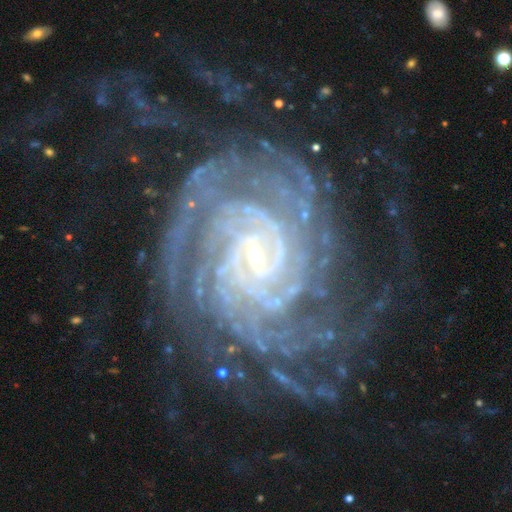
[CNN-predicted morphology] smooth-or-featured: featured or disk: 91% | star or artifact: 5% | smooth: 3%
  disk-edge-on: no: 98% | yes: 2%
    bar: weak: 45% | no: 33% | strong: 22%
    has-spiral-arms: yes: 98% | no: 2%
      spiral-winding: tight: 75% | medium: 21% | loose: 4%
      spiral-arm-count: can't tell: 22% | 4: 19% | more than 4: 19% | 2: 17% | 3: 14% | 1: 10%
    bulge-size: small: 82% | moderate: 12% | none: 3% | large: 1% | dominant: 1%
  merging: none: 71% | minor disturbance: 16% | major disturbance: 11% | merger: 2%